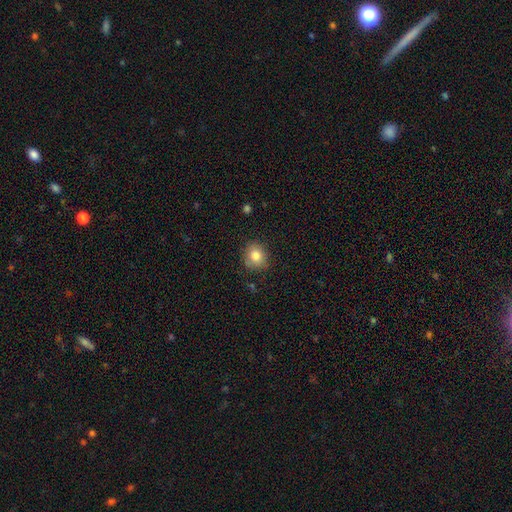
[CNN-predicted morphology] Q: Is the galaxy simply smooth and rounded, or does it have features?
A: smooth — 82%.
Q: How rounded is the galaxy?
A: round — 77%.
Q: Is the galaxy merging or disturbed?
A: none — 81%.